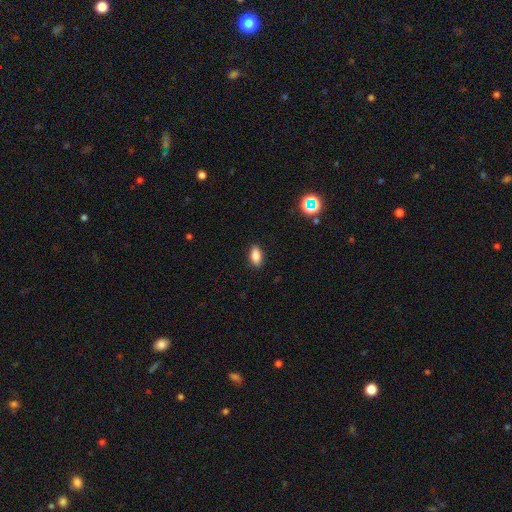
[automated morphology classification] This appears to be a smooth galaxy with no disk features (85%) that is in between round and cigar-shaped (88%). Merging: none (89%).